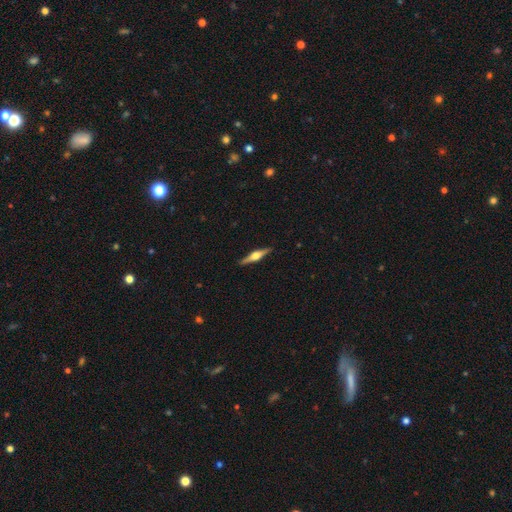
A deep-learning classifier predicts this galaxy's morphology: Smooth or featured?
  - featured or disk: 74% *
  - smooth: 21%
  - star or artifact: 5%
Edge-on disk?
  - yes: 98% *
  - no: 2%
Edge-on bulge?
  - rounded: 93% *
  - boxy: 5%
  - none: 2%
Merging?
  - none: 91% *
  - minor disturbance: 7%
  - major disturbance: 1%
  - merger: 1%